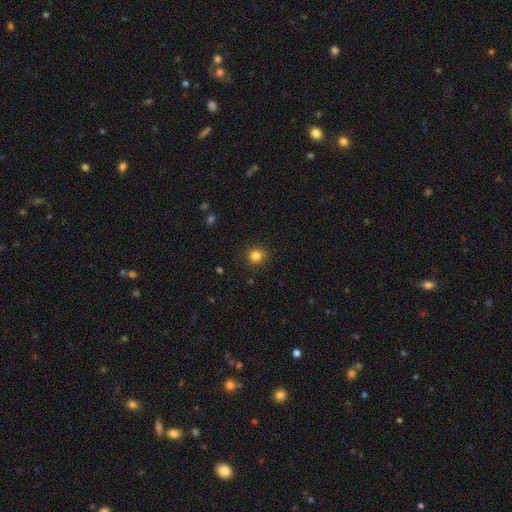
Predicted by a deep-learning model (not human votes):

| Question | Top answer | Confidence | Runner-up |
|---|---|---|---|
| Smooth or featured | smooth | 83% | star or artifact (13%) |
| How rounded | round | 91% | in between (8%) |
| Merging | none | 90% | minor disturbance (7%) |